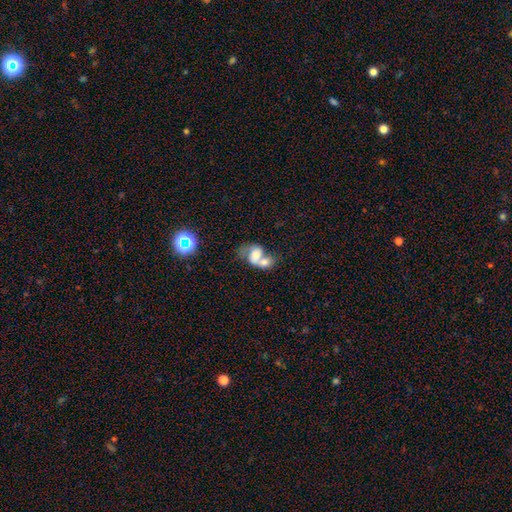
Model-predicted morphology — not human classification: Smooth or featured: smooth — 53% (featured or disk — 36%)
How rounded: in between — 66% (round — 33%)
Merging: merger — 75% (none — 11%)